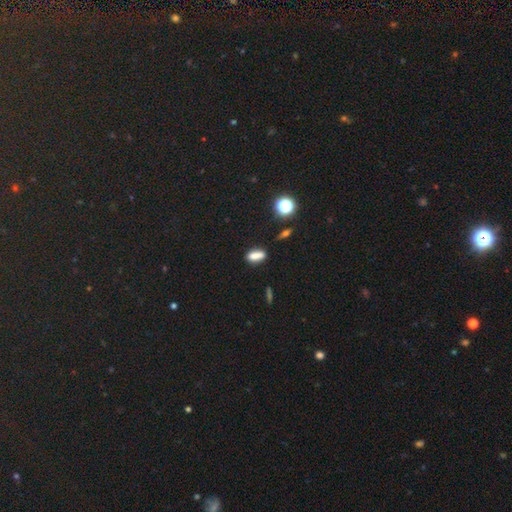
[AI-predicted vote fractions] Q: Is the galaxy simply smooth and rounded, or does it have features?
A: smooth — 78%.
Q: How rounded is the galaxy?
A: in between — 68%.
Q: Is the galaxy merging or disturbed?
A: none — 72%.